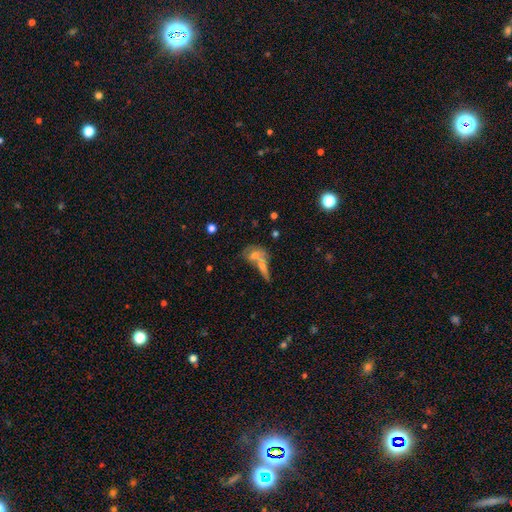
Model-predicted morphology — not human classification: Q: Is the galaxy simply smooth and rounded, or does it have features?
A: smooth — 50%.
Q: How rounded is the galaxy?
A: in between — 53%.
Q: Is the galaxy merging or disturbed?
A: merger — 50%.